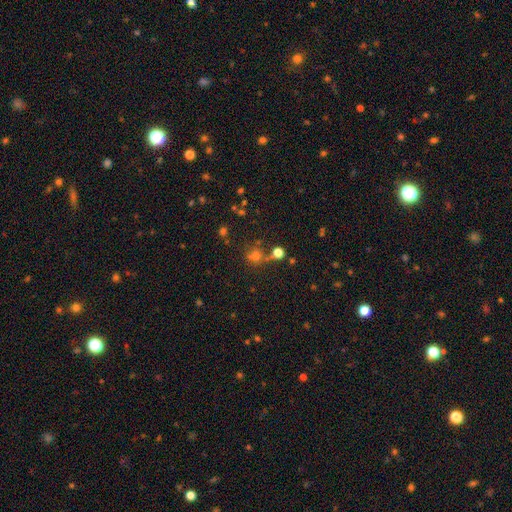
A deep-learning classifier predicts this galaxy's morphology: A smooth galaxy with no disk features (52%) that is round (85%).

Vote fractions:
- Smooth or featured? smooth: 52% / star or artifact: 38% / featured or disk: 10%
- How rounded? round: 85% / in between: 14% / cigar-shaped: 1%
- Merging? none: 63% / merger: 21% / minor disturbance: 10% / major disturbance: 6%